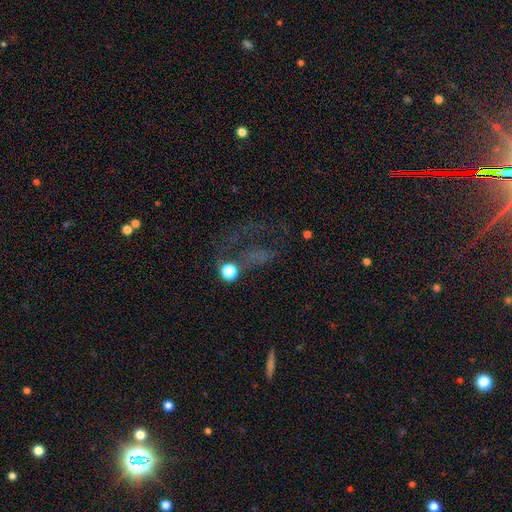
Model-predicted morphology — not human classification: Smooth or featured: star or artifact — 40% (smooth — 31%)